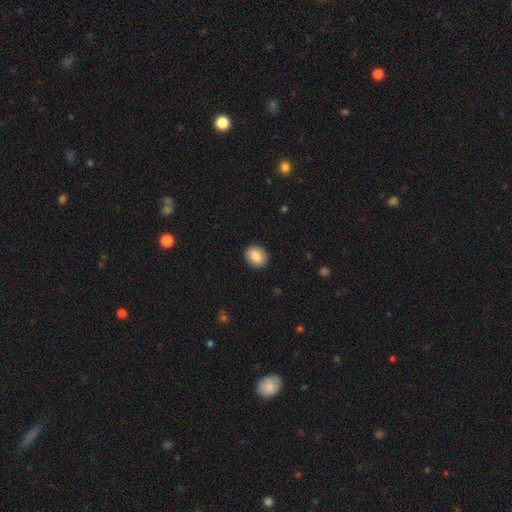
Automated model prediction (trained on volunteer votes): A smooth galaxy with no disk features (86%) that is round (60%). Merging: none (91%).